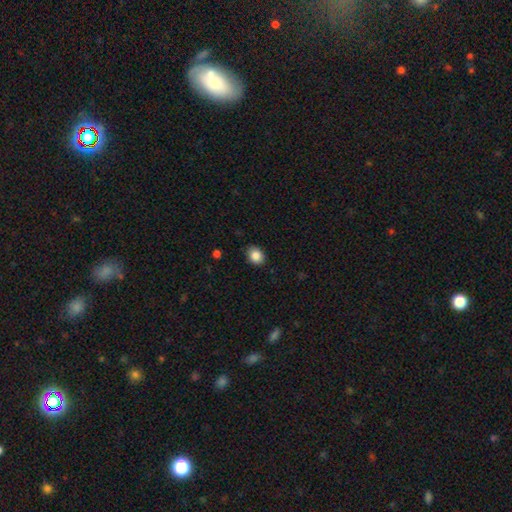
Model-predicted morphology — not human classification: A smooth galaxy with no disk features (86%) that is round (53%).

Vote fractions:
- Smooth or featured? smooth: 86% / star or artifact: 9% / featured or disk: 5%
- How rounded? round: 53% / in between: 46% / cigar-shaped: 1%
- Merging? none: 87% / minor disturbance: 10% / major disturbance: 2% / merger: 1%